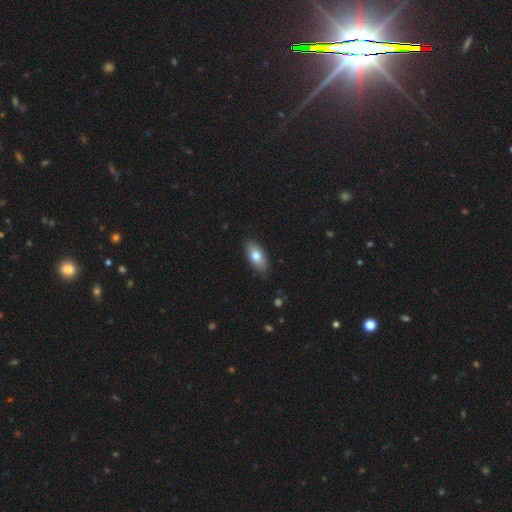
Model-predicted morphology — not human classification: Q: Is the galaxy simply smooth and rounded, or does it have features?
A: smooth — 76%.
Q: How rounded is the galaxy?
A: in between — 90%.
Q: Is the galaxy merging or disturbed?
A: none — 85%.